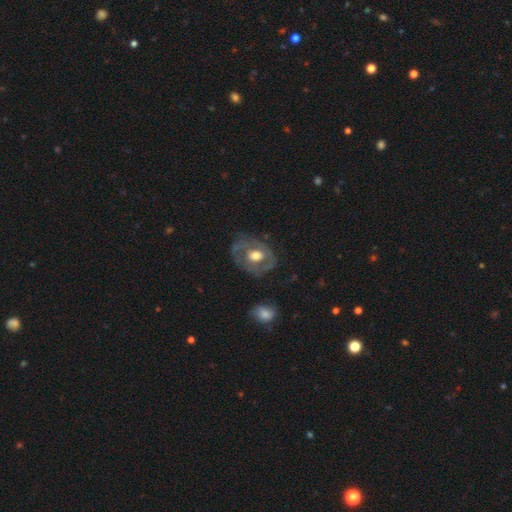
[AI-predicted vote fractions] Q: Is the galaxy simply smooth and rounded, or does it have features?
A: featured or disk — 64%.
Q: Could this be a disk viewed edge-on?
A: no — 95%.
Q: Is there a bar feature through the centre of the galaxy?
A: no — 75%.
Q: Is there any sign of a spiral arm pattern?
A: no — 61%.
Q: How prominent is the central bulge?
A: moderate — 61%.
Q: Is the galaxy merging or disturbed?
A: none — 65%.